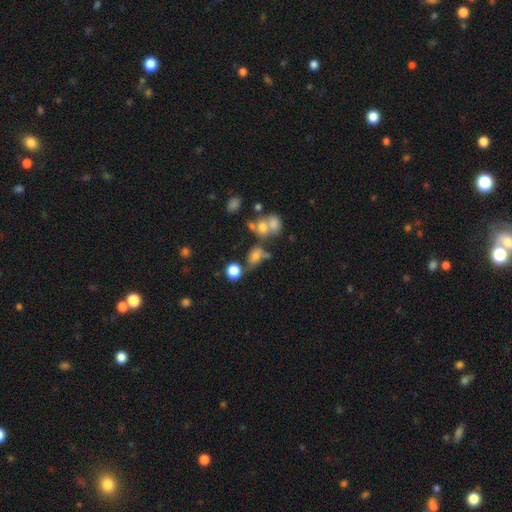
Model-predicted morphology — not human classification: Smooth or featured?
  - smooth: 67% *
  - star or artifact: 17%
  - featured or disk: 16%
How rounded?
  - in between: 59% *
  - round: 38%
  - cigar-shaped: 3%
Merging?
  - none: 40% *
  - merger: 30%
  - minor disturbance: 18%
  - major disturbance: 12%